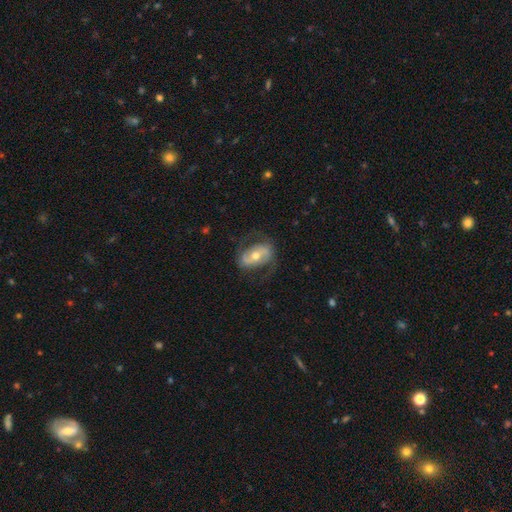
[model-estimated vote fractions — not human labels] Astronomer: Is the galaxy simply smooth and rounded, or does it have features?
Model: featured or disk — 68%.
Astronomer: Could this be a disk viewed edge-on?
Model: no — 94%.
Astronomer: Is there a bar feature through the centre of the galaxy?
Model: no — 39% (runner-up: weak, 31%).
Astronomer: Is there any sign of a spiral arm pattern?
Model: yes — 75%.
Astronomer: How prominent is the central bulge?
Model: moderate — 68%.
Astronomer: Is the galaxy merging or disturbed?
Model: none — 69%.